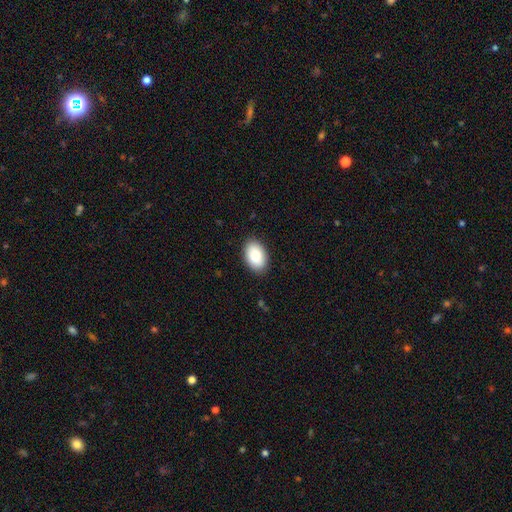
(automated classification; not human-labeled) A smooth galaxy with no disk features (85%) that is in between round and cigar-shaped (91%). Merging: none (88%).